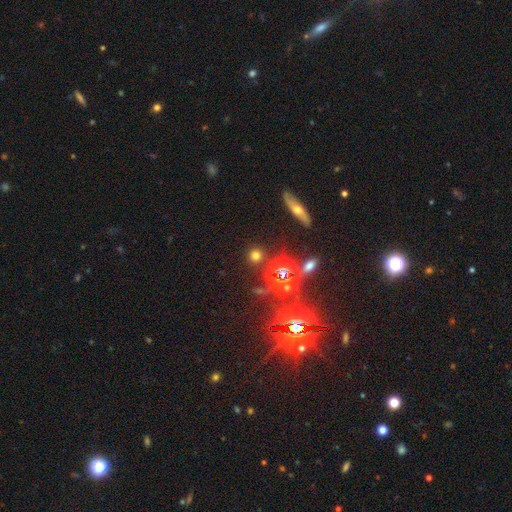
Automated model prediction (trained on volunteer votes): Smooth or featured? Predicted: smooth (p=0.59). How rounded? Predicted: round (p=0.86). Merging? Predicted: none (p=0.85).